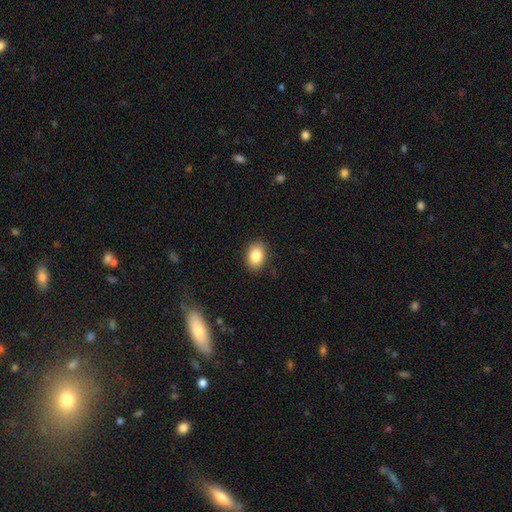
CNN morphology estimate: smooth-or-featured: smooth: 85% | star or artifact: 8% | featured or disk: 6%
  how-rounded: in between: 72% | round: 27% | cigar-shaped: 1%
  merging: none: 87% | minor disturbance: 9% | major disturbance: 2% | merger: 1%